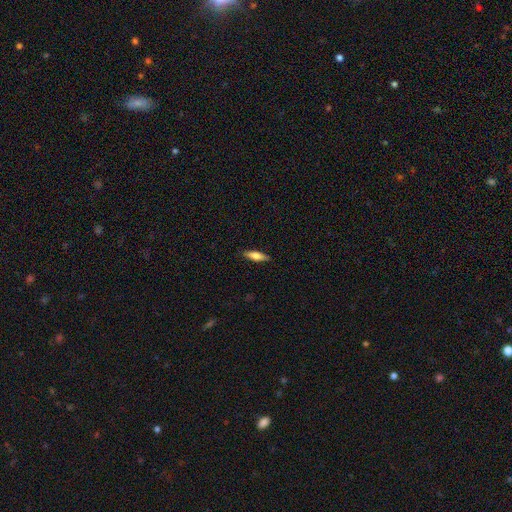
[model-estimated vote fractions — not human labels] A smooth galaxy with no disk features (71%) that is cigar-shaped (57%).

Vote fractions:
- Smooth or featured? smooth: 71% / featured or disk: 22% / star or artifact: 6%
- How rounded? cigar-shaped: 57% / in between: 41% / round: 2%
- Merging? none: 88% / minor disturbance: 9% / major disturbance: 2% / merger: 1%